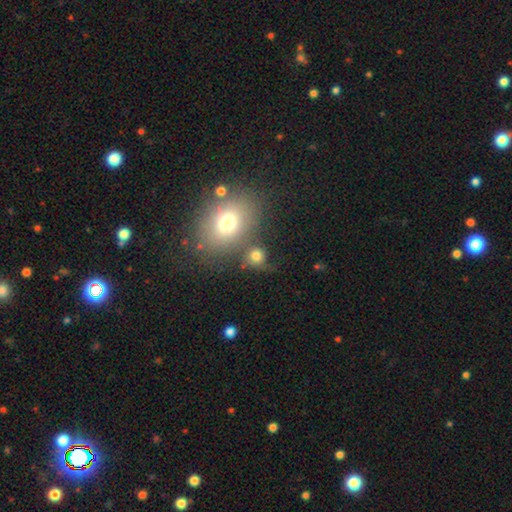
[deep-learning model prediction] Smooth or featured? Predicted: smooth (p=0.74). How rounded? Predicted: round (p=0.80). Merging? Predicted: none (p=0.56).